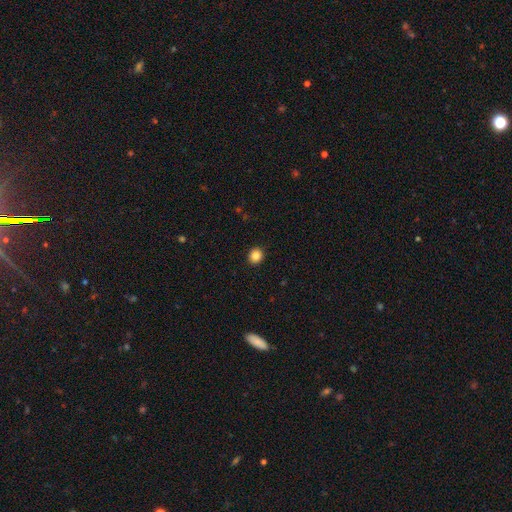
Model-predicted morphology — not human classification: type=smooth (85%); roundness=round (81%); merging=none (92%).